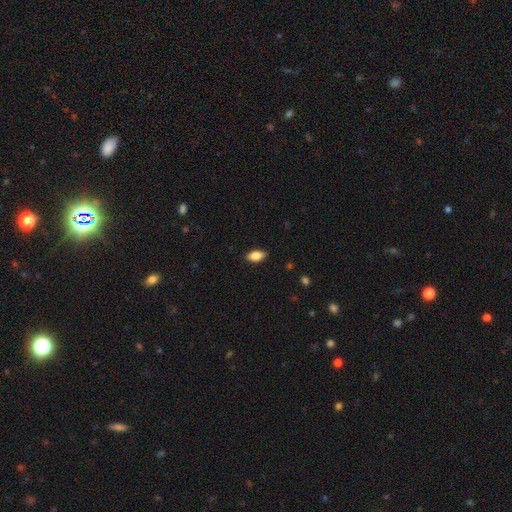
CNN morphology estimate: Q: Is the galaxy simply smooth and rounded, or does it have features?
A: smooth — 84%.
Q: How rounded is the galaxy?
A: in between — 90%.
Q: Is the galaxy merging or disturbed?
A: none — 88%.